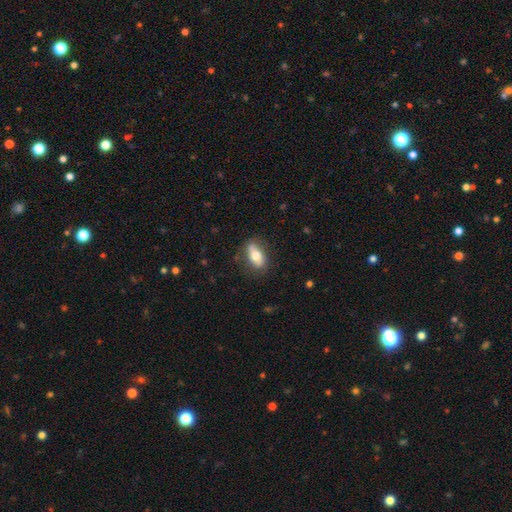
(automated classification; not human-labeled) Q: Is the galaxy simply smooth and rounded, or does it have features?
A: smooth — 63%.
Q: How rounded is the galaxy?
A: in between — 84%.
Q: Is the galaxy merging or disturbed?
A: none — 76%.